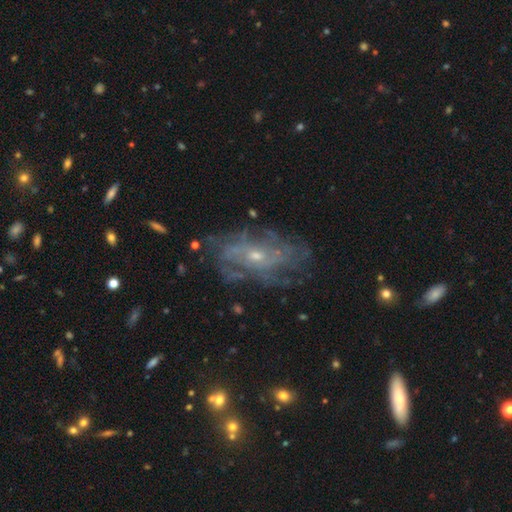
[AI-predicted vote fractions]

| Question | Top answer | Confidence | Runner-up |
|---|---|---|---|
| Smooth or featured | featured or disk | 72% | star or artifact (16%) |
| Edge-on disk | no | 89% | yes (11%) |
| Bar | no | 65% | weak (27%) |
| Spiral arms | yes | 87% | no (13%) |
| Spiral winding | tight | 52% | medium (33%) |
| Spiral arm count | can't tell | 46% | 2 (13%) |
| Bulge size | small | 68% | moderate (27%) |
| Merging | none | 75% | minor disturbance (16%) |